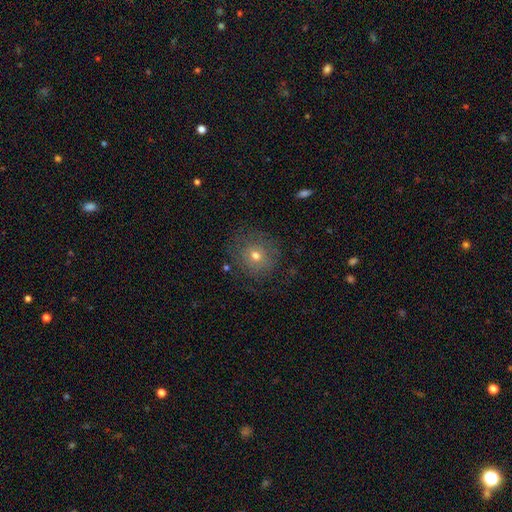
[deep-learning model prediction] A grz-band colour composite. It shows a smooth galaxy with no disk features (58%) that is round (87%). Merging: none (77%).